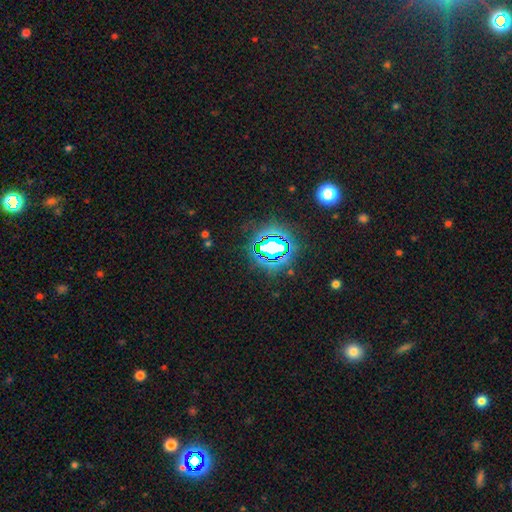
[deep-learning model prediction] Smooth or featured? star or artifact (80%)